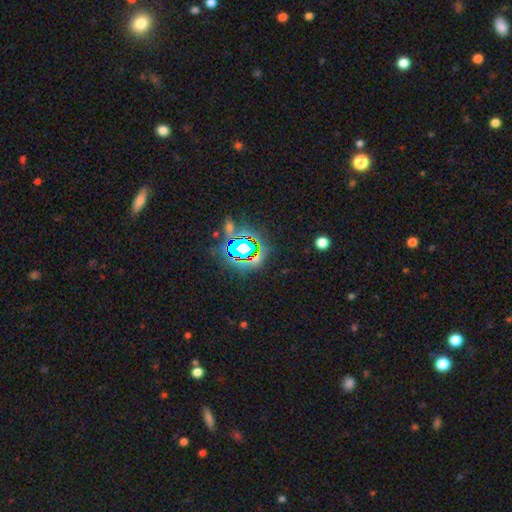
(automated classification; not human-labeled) smooth_or_featured: star or artifact (p=0.72) [alt: smooth p=0.17]